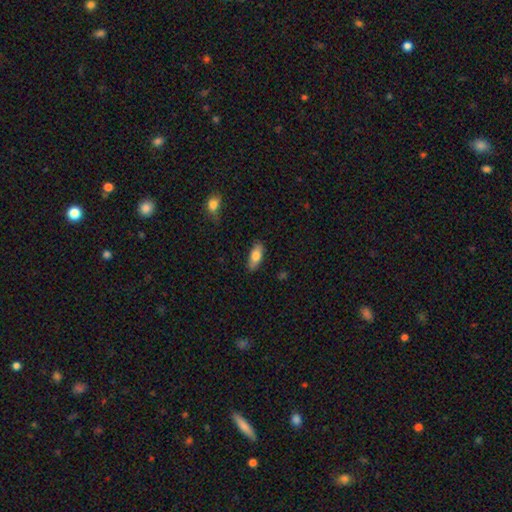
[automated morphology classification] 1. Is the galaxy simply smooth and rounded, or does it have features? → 76% smooth, 17% featured or disk, 7% star or artifact.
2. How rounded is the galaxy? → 81% in between, 17% cigar-shaped, 3% round.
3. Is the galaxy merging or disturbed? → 82% none, 14% minor disturbance, 3% major disturbance, 1% merger.